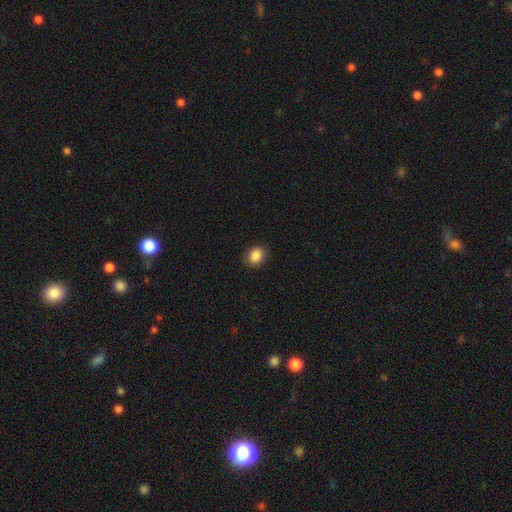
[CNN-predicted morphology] Q: Smooth or featured?
A: smooth (87%); runner-up: star or artifact (9%)
Q: How rounded?
A: round (53%); runner-up: in between (46%)
Q: Merging?
A: none (89%); runner-up: minor disturbance (8%)